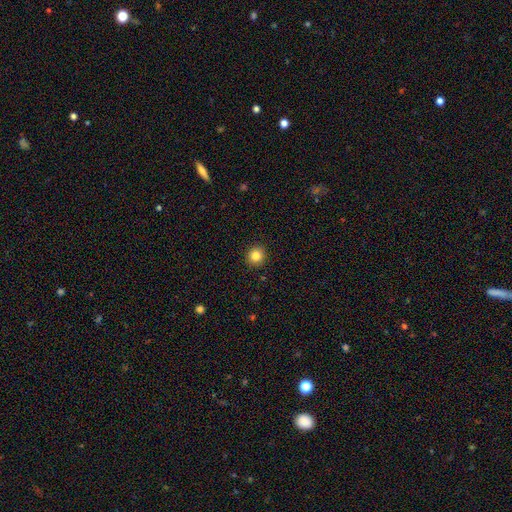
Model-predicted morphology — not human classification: A smooth galaxy with no disk features (83%) that is round (92%). Merging: none (93%).